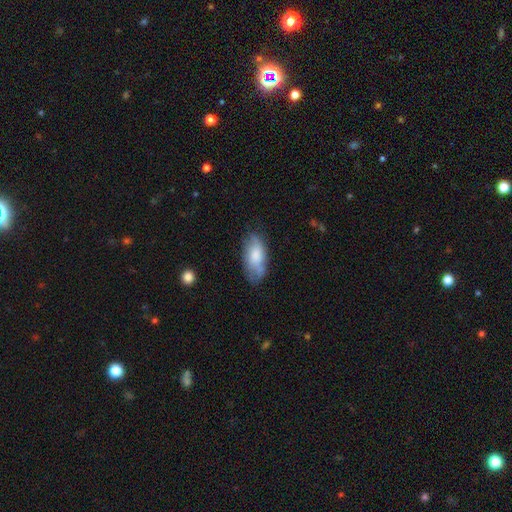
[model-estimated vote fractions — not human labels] Smooth or featured?
  - smooth: 67% *
  - featured or disk: 26%
  - star or artifact: 7%
How rounded?
  - in between: 88% *
  - cigar-shaped: 10%
  - round: 3%
Merging?
  - none: 58% *
  - minor disturbance: 29%
  - major disturbance: 9%
  - merger: 4%